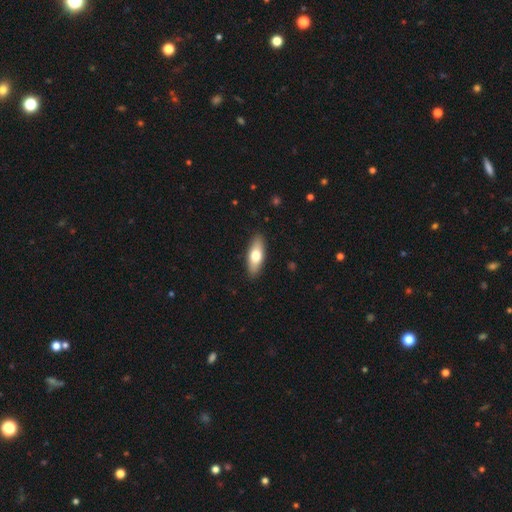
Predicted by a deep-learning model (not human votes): Smooth or featured? smooth (70%)
How rounded? in between (71%)
Merging? none (90%)